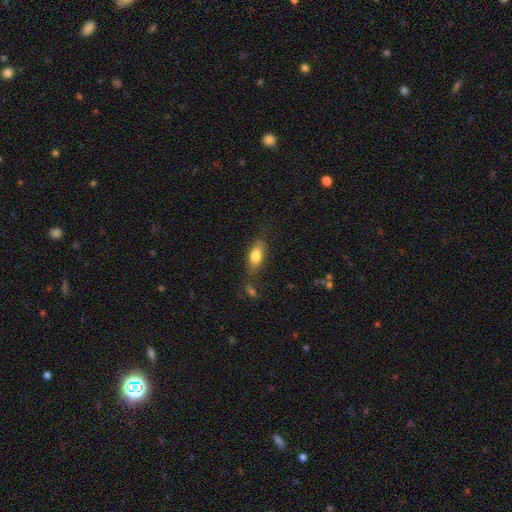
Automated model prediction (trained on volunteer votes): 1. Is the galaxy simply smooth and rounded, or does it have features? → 78% smooth, 14% featured or disk, 7% star or artifact.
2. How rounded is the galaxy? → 81% in between, 15% cigar-shaped, 4% round.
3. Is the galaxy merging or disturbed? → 71% none, 18% minor disturbance, 6% major disturbance, 5% merger.